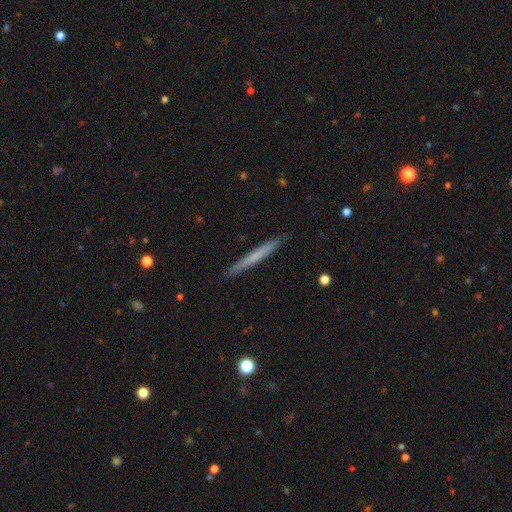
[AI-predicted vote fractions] A smooth galaxy with no disk features (59%) that is cigar-shaped (97%). Merging: none (91%).